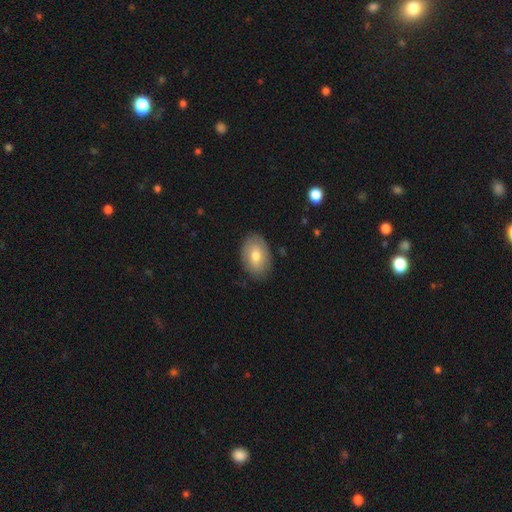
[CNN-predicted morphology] Smooth or featured? Predicted: smooth (p=0.69). How rounded? Predicted: in between (p=0.83). Merging? Predicted: none (p=0.84).